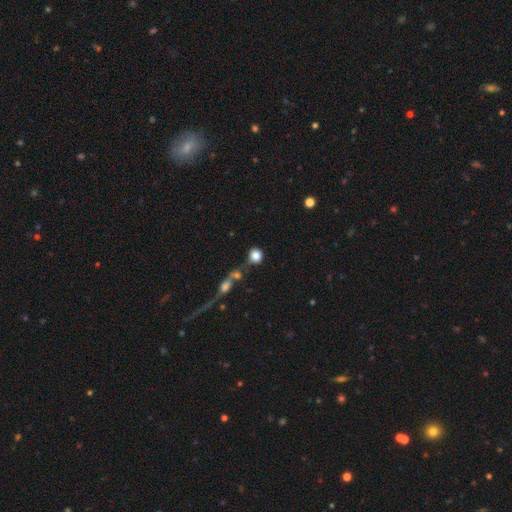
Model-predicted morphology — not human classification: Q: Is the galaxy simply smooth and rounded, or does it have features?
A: smooth — 82%.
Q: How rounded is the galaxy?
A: round — 83%.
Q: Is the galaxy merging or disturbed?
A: none — 50%.